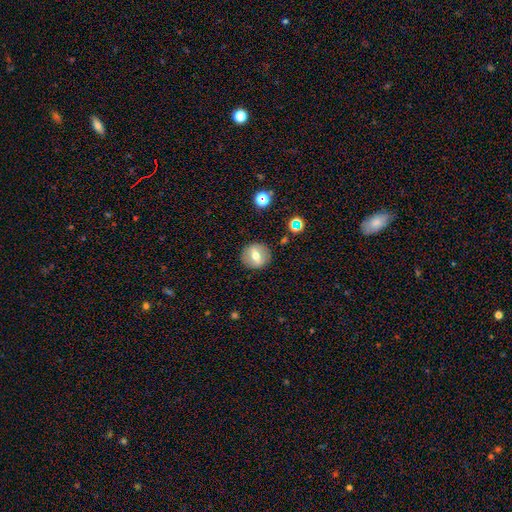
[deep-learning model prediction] This appears to be a smooth galaxy with no disk features (45%). Merging: none (87%).